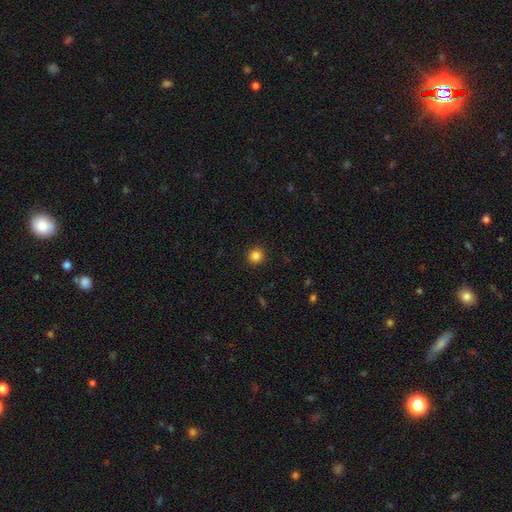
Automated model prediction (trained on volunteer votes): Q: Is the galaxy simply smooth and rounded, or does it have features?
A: smooth — 84%.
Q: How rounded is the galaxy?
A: round — 94%.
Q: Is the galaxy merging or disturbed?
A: none — 92%.